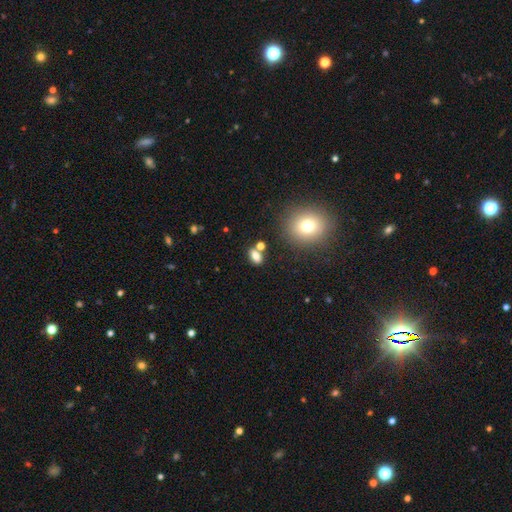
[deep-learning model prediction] The model was most divided on "merging": none: 69%, merger: 15%, minor disturbance: 11%, major disturbance: 4%. More confident: how rounded — in between (77%); smooth or featured — smooth (76%).